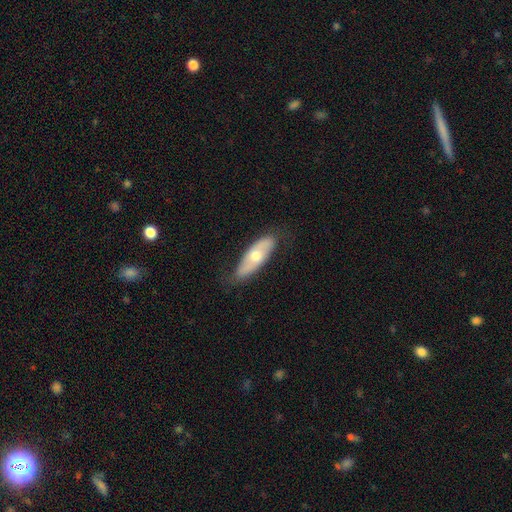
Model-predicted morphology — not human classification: Smooth or featured? Predicted: featured or disk (p=0.48). Merging? Predicted: none (p=0.75).